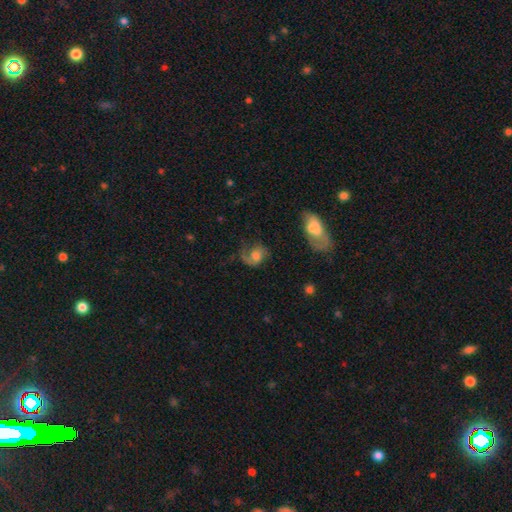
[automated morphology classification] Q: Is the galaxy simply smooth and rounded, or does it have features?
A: featured or disk — 65%.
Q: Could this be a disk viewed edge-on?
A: no — 97%.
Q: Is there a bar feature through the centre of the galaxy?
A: no — 64%.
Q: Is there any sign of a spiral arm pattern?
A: yes — 91%.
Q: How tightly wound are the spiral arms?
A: medium — 43%.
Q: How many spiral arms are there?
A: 2 — 51%.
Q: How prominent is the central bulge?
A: moderate — 46%.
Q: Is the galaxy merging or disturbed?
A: none — 49%.